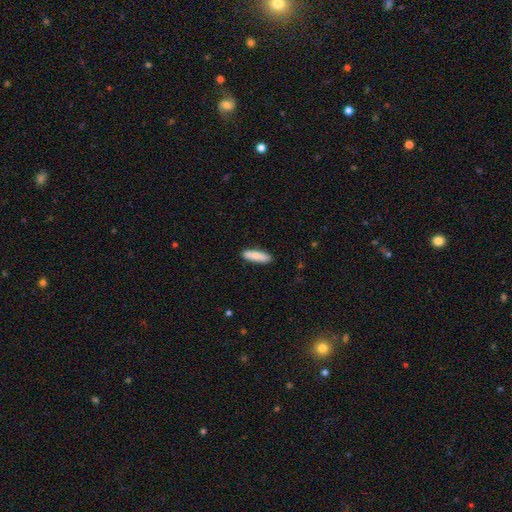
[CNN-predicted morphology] smooth_or_featured: smooth (p=0.83) [alt: featured or disk p=0.11]
how_rounded: cigar-shaped (p=0.64) [alt: in between p=0.34]
merging: none (p=0.87) [alt: minor disturbance p=0.09]